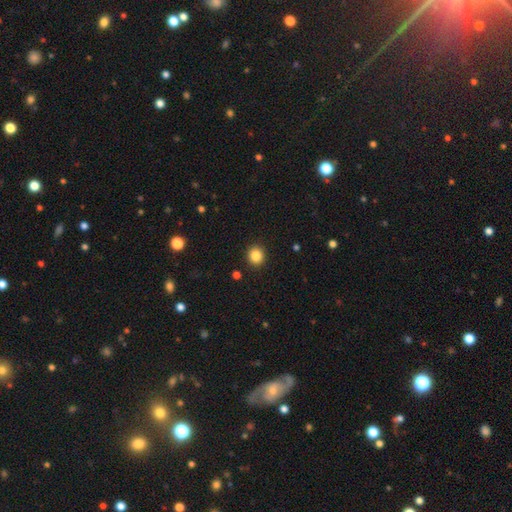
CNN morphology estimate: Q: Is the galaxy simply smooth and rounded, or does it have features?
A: smooth — 86%.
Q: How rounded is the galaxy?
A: round — 84%.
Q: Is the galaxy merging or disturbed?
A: none — 91%.